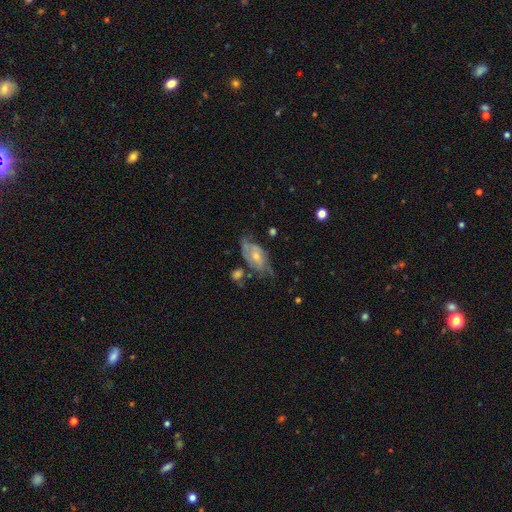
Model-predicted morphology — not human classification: smooth-or-featured: featured or disk: 54% | smooth: 39% | star or artifact: 7%
  disk-edge-on: no: 89% | yes: 11%
  merging: none: 42% | minor disturbance: 33% | major disturbance: 18% | merger: 7%